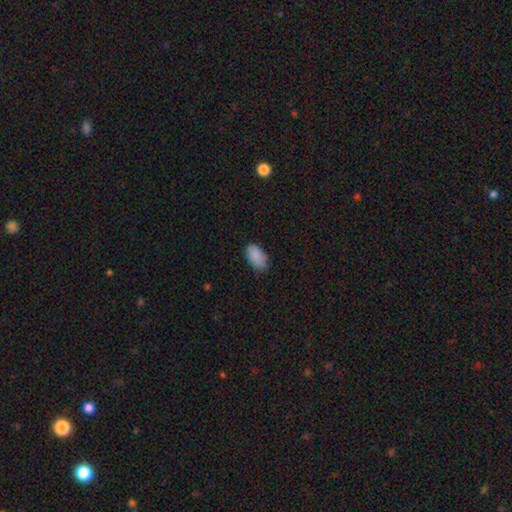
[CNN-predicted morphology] The model was most divided on "merging": none: 71%, minor disturbance: 23%, major disturbance: 4%, merger: 1%. More confident: how rounded — in between (94%); smooth or featured — smooth (88%).